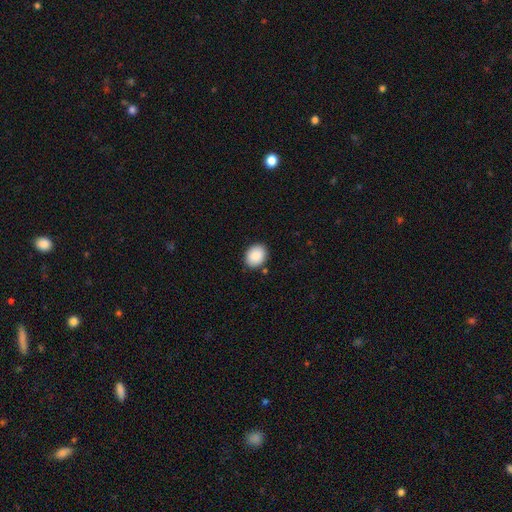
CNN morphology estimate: smooth-or-featured: smooth: 89% | star or artifact: 7% | featured or disk: 4%
  how-rounded: in between: 57% | round: 42% | cigar-shaped: 1%
  merging: none: 86% | minor disturbance: 9% | major disturbance: 2% | merger: 2%